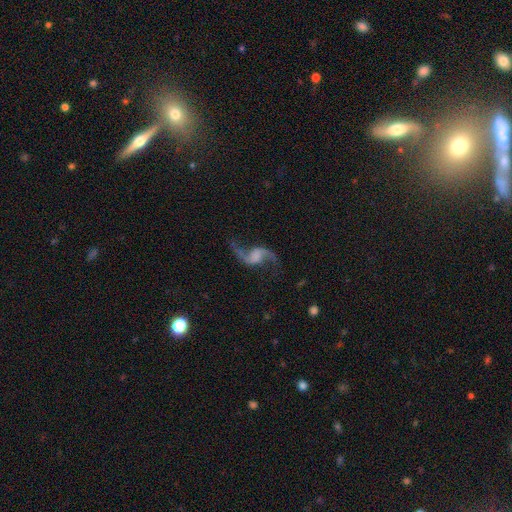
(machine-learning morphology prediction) Smooth or featured? Predicted: featured or disk (p=0.88). Edge-on disk? Predicted: no (p=0.97). Bar? Predicted: no (p=0.47). Spiral arms? Predicted: yes (p=0.97). Spiral winding? Predicted: loose (p=0.89). Spiral arm count? Predicted: 2 (p=0.94). Bulge size? Predicted: none (p=0.60). Merging? Predicted: none (p=0.77).